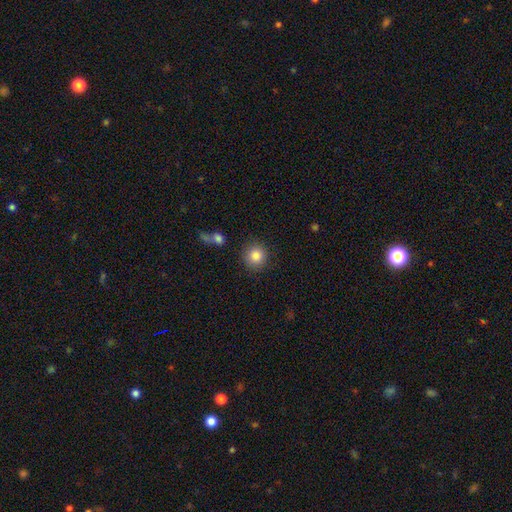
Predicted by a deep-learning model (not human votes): smooth 86%, star or artifact 9%, featured or disk 5%. Down the decision tree: how rounded — round (92%); merging — none (86%).